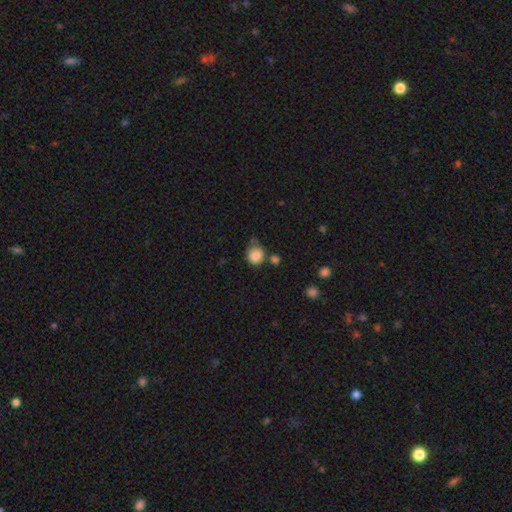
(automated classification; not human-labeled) smooth_or_featured: smooth (p=0.86) [alt: star or artifact p=0.10]
how_rounded: round (p=0.82) [alt: in between p=0.17]
merging: none (p=0.54) [alt: minor disturbance p=0.25]